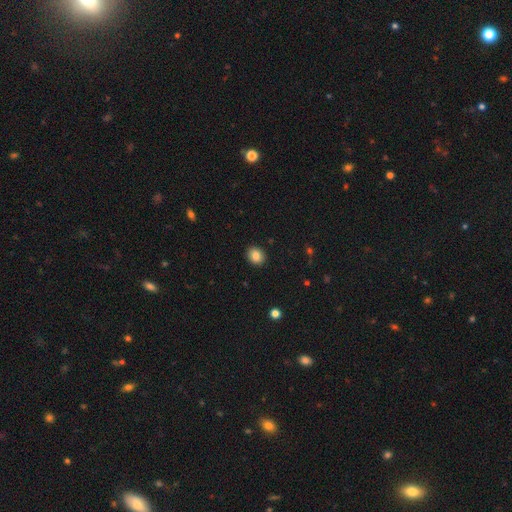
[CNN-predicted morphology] Smooth or featured? Predicted: smooth (p=0.85). How rounded? Predicted: round (p=0.58). Merging? Predicted: none (p=0.91).